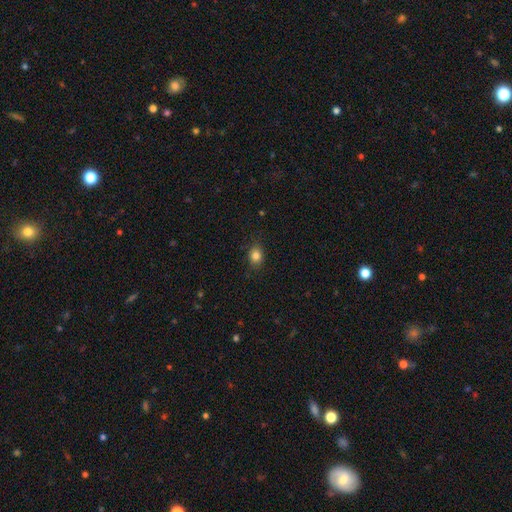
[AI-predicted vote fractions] Smooth or featured: smooth — 84% (star or artifact — 11%)
How rounded: round — 50% (in between — 49%)
Merging: none — 85% (minor disturbance — 11%)